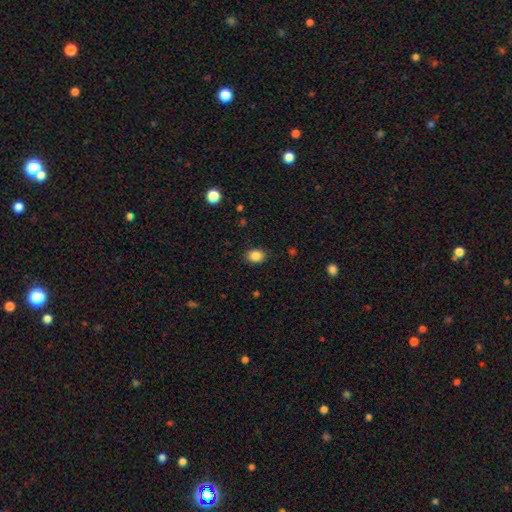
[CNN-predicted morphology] A smooth galaxy with no disk features (86%) that is in between round and cigar-shaped (52%). Merging: none (87%).